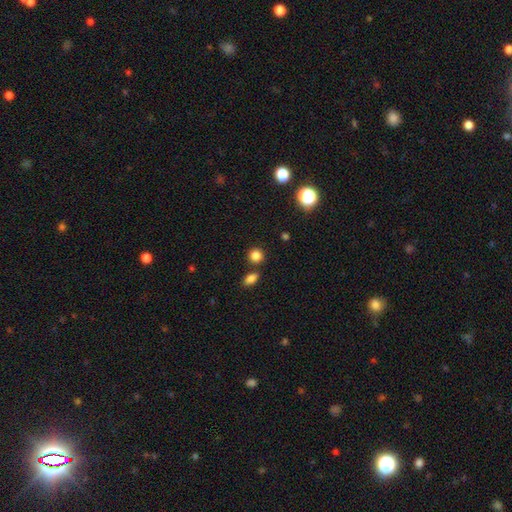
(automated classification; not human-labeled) smooth 83%, star or artifact 12%, featured or disk 5%. Down the decision tree: how rounded — round (83%); merging — none (77%).